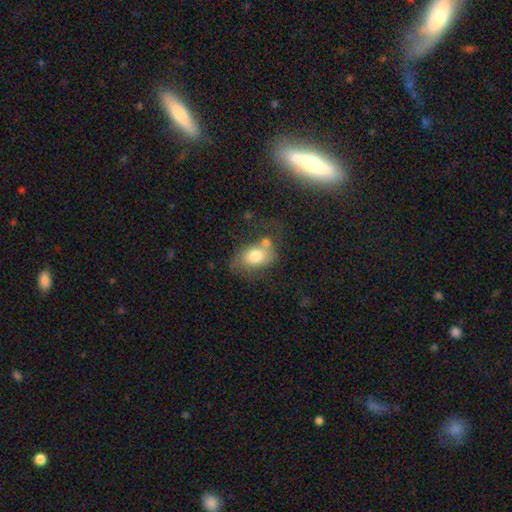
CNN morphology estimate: Smooth or featured? Predicted: smooth (p=0.70). How rounded? Predicted: in between (p=0.79). Merging? Predicted: none (p=0.36).